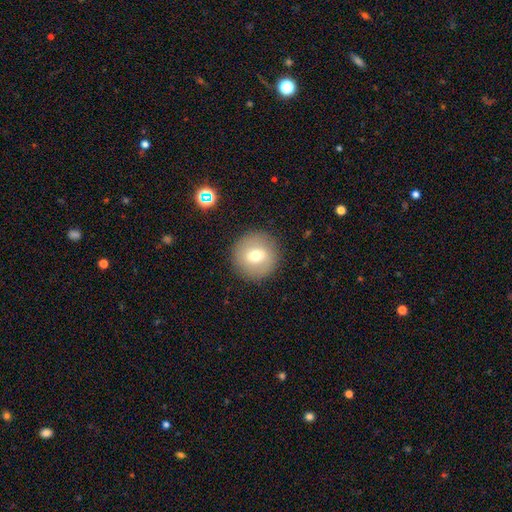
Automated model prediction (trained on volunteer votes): Smooth or featured: smooth — 66% (featured or disk — 24%)
How rounded: round — 95% (in between — 4%)
Merging: none — 90% (minor disturbance — 6%)